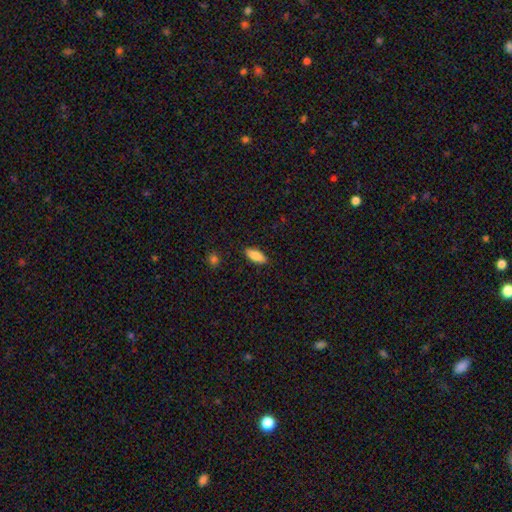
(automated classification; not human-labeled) Smooth or featured? Predicted: smooth (p=0.85). How rounded? Predicted: in between (p=0.76). Merging? Predicted: none (p=0.88).